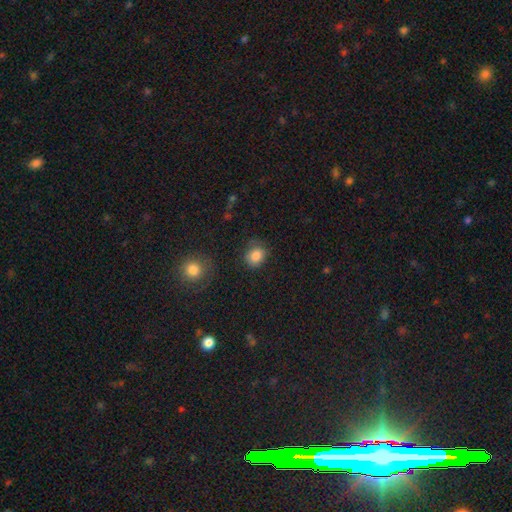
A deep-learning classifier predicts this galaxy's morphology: type=smooth (85%); roundness=round (70%); merging=none (73%).